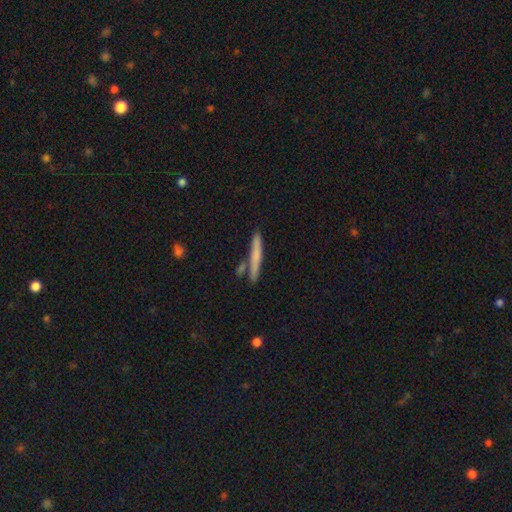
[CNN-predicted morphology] Q: Smooth or featured?
A: smooth (64%); runner-up: featured or disk (30%)
Q: How rounded?
A: cigar-shaped (95%); runner-up: in between (3%)
Q: Merging?
A: none (81%); runner-up: minor disturbance (10%)